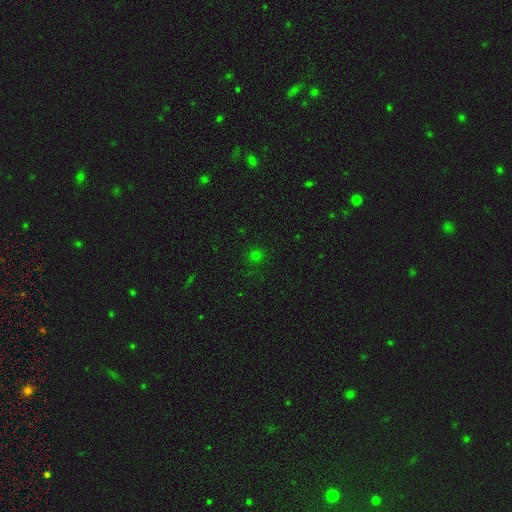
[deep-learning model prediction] Overall: smooth (69%). How rounded: round (92%). Merging: none (87%).